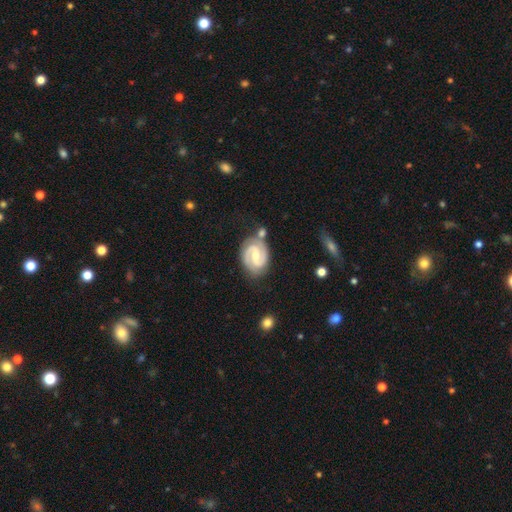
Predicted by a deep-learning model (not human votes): featured or disk 87%, smooth 8%, star or artifact 5%. Down the decision tree: edge-on disk — no (98%); bar — weak (52%); spiral arms — yes (98%); spiral arm count — 2 (91%); spiral winding — tight (47%); bulge size — small (47%, tied with moderate); merging — none (71%).